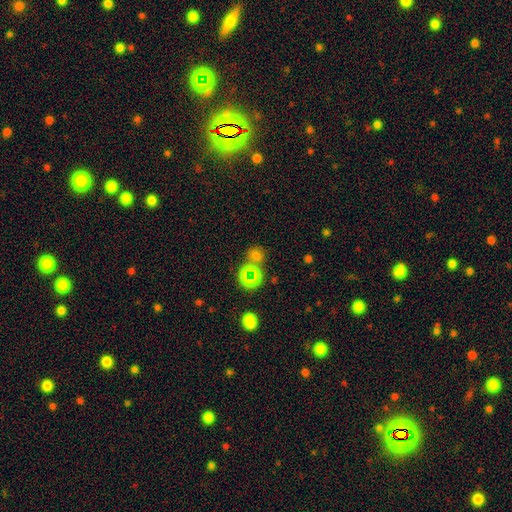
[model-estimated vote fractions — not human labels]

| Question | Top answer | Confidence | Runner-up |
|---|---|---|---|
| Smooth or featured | smooth | 59% | star or artifact (34%) |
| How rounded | round | 82% | in between (17%) |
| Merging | none | 66% | merger (21%) |